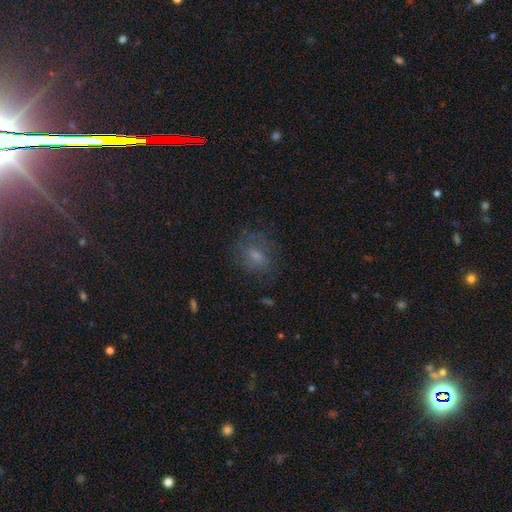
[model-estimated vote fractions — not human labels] Q: Smooth or featured?
A: smooth (53%); runner-up: featured or disk (35%)
Q: How rounded?
A: in between (55%); runner-up: round (43%)
Q: Merging?
A: none (66%); runner-up: minor disturbance (19%)